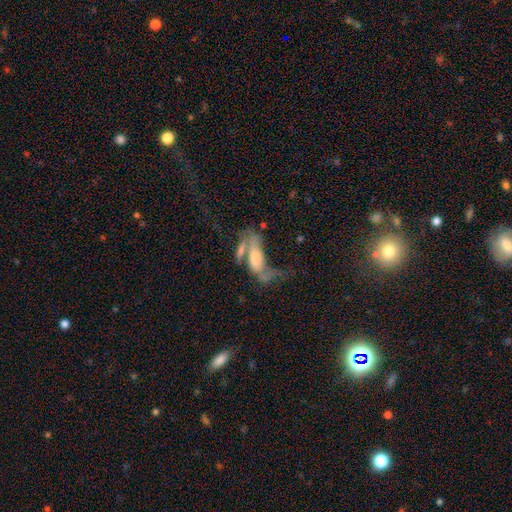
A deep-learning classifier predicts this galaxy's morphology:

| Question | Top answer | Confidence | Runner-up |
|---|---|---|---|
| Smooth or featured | featured or disk | 54% | smooth (32%) |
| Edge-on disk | no | 79% | yes (21%) |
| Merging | major disturbance | 36% | merger (34%) |